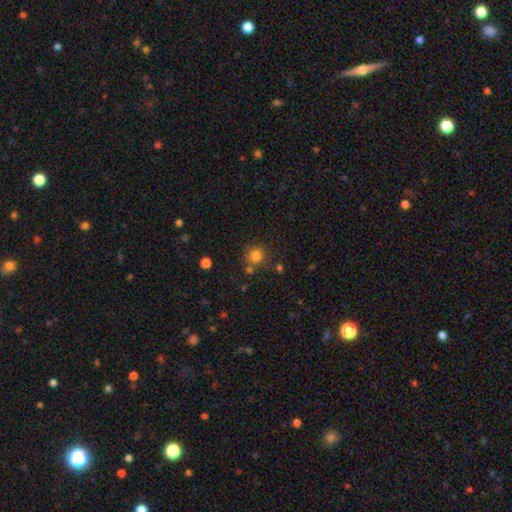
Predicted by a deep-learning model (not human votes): Morphology: type=smooth (81%); roundness=round (91%); merging=none (76%).